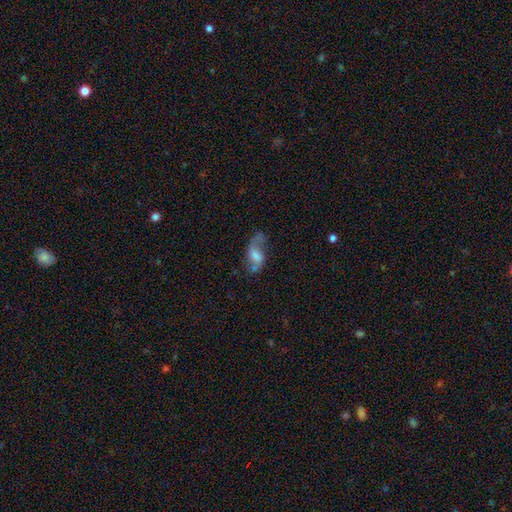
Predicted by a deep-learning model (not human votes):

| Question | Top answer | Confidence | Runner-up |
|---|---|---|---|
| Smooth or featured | featured or disk | 61% | smooth (29%) |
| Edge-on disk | no | 94% | yes (6%) |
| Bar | weak | 45% | no (40%) |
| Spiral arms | yes | 82% | no (18%) |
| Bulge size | moderate | 29% | none (27%) |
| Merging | none | 45% | major disturbance (25%) |